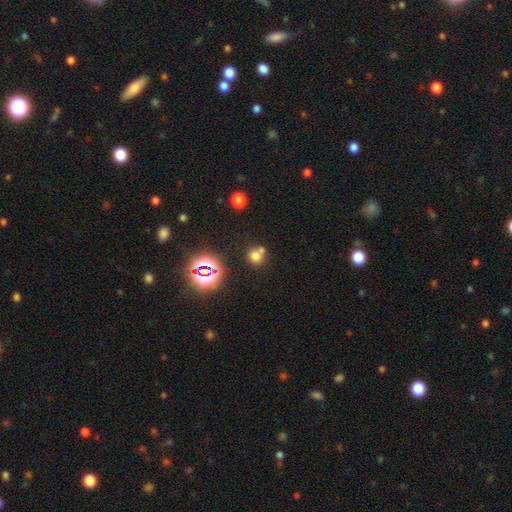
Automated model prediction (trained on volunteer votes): A smooth galaxy with no disk features (67%) that is round (84%).

Vote fractions:
- Smooth or featured? smooth: 67% / star or artifact: 23% / featured or disk: 10%
- How rounded? round: 84% / in between: 15% / cigar-shaped: 1%
- Merging? none: 55% / merger: 32% / minor disturbance: 9% / major disturbance: 4%